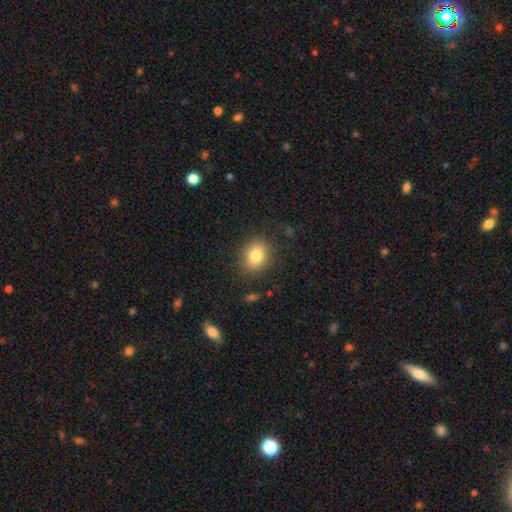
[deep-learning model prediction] This appears to be a smooth galaxy with no disk features (82%) that is round (56%). Merging: none (85%).